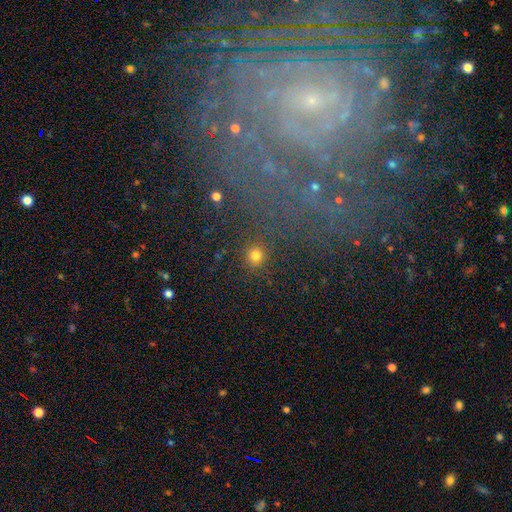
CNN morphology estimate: Smooth or featured?
  - smooth: 76% *
  - star or artifact: 18%
  - featured or disk: 6%
How rounded?
  - round: 93% *
  - in between: 6%
  - cigar-shaped: 1%
Merging?
  - none: 85% *
  - minor disturbance: 7%
  - major disturbance: 4%
  - merger: 4%